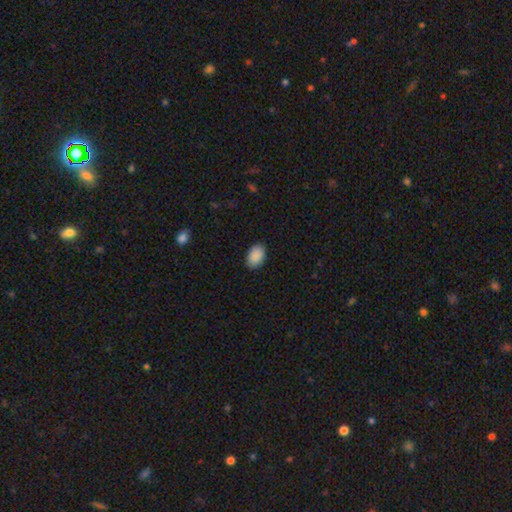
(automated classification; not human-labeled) Smooth or featured: smooth — 91% (star or artifact — 7%)
How rounded: in between — 88% (round — 11%)
Merging: none — 87% (minor disturbance — 10%)